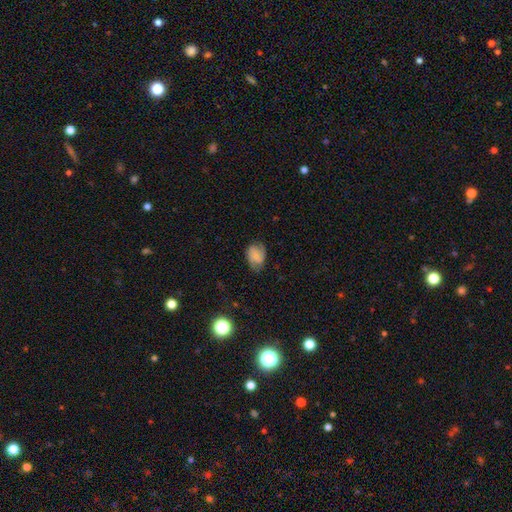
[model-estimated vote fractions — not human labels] The model was most divided on "smooth or featured": smooth: 55%, featured or disk: 35%, star or artifact: 10%. More confident: how rounded — in between (77%); merging — none (66%).